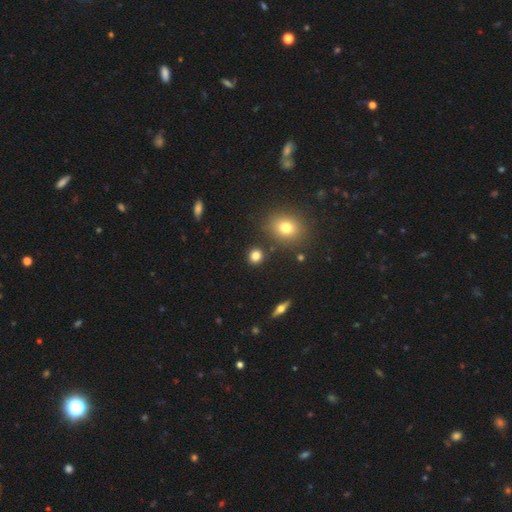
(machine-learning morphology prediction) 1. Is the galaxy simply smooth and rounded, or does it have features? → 81% smooth, 12% star or artifact, 7% featured or disk.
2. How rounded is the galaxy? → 87% round, 12% in between, 1% cigar-shaped.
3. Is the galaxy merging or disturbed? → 88% none, 6% minor disturbance, 3% merger, 2% major disturbance.